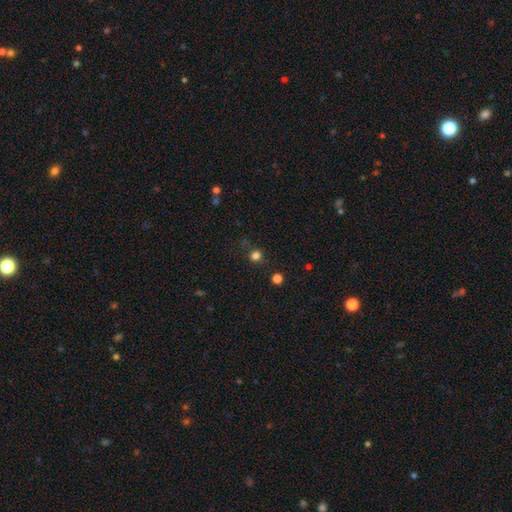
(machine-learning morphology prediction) Smooth or featured: smooth — 77% (star or artifact — 18%)
How rounded: round — 91% (in between — 8%)
Merging: none — 84% (minor disturbance — 9%)